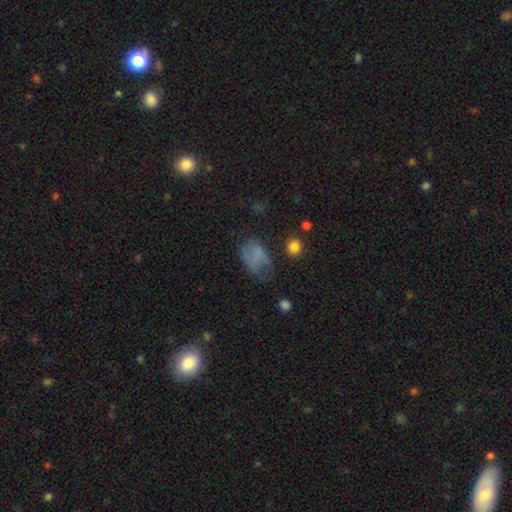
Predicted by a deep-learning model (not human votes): Smooth or featured: smooth — 68% (featured or disk — 16%)
How rounded: in between — 83% (round — 15%)
Merging: none — 44% (minor disturbance — 32%)